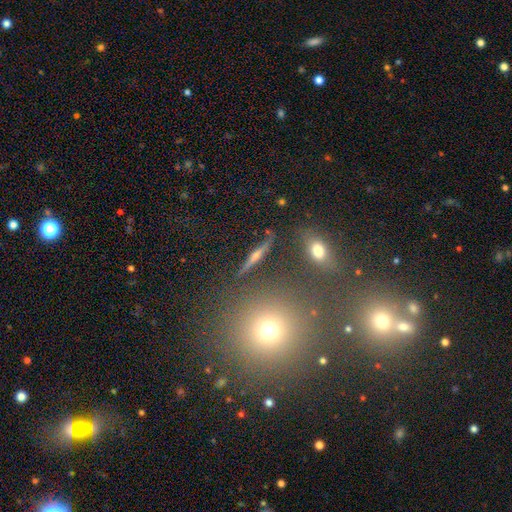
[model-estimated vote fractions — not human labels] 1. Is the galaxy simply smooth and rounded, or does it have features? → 60% featured or disk, 25% smooth, 14% star or artifact.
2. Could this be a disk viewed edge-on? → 89% yes, 11% no.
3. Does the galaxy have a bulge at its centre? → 78% rounded, 15% none, 8% boxy.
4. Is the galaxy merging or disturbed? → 83% none, 9% minor disturbance, 4% merger, 4% major disturbance.